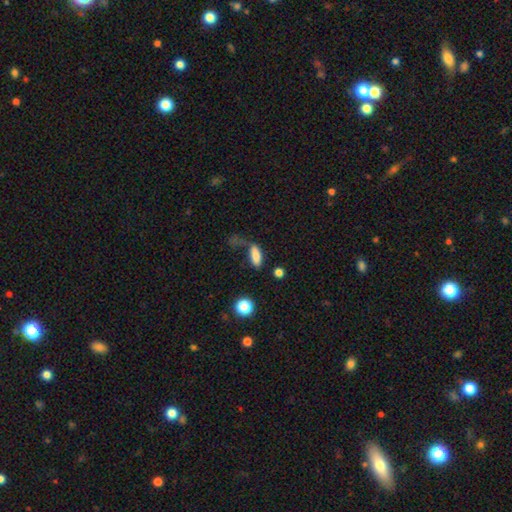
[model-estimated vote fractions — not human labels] smooth 80%, featured or disk 10%, star or artifact 10%. Down the decision tree: how rounded — in between (71%); merging — none (43%).